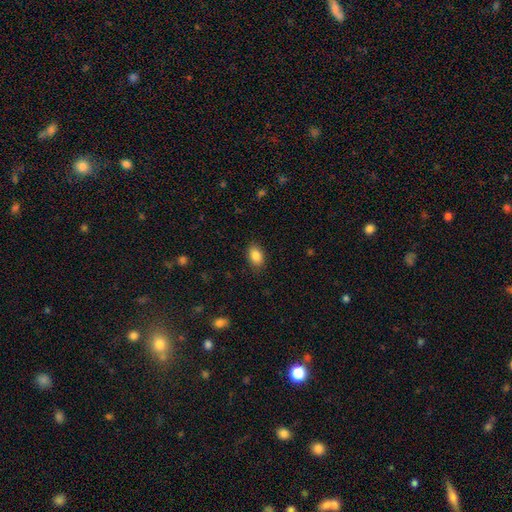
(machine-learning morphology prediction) smooth-or-featured: smooth: 87% | star or artifact: 8% | featured or disk: 5%
  how-rounded: in between: 86% | round: 12% | cigar-shaped: 1%
  merging: none: 87% | minor disturbance: 10% | major disturbance: 3% | merger: 1%